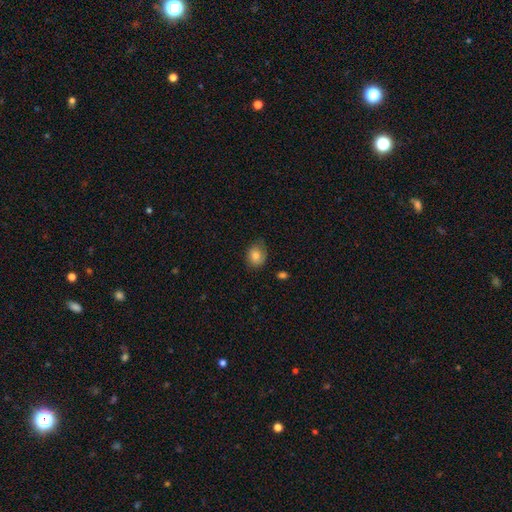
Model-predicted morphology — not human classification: This appears to be a smooth galaxy with no disk features (80%) that is round (52%). Merging: none (68%).